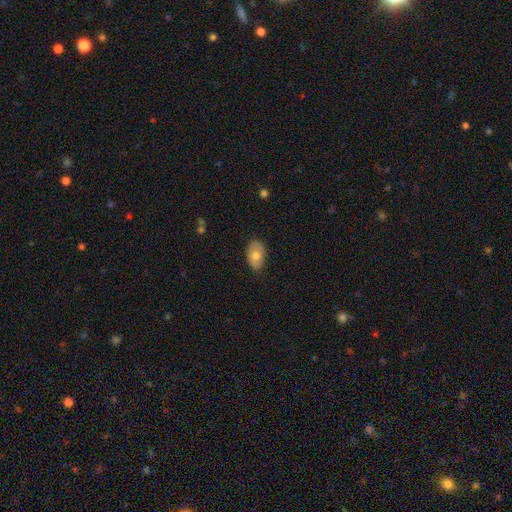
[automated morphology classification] Smooth or featured?
  - smooth: 68% *
  - featured or disk: 25%
  - star or artifact: 7%
How rounded?
  - in between: 89% *
  - round: 10%
  - cigar-shaped: 1%
Merging?
  - none: 76% *
  - minor disturbance: 20%
  - major disturbance: 3%
  - merger: 1%